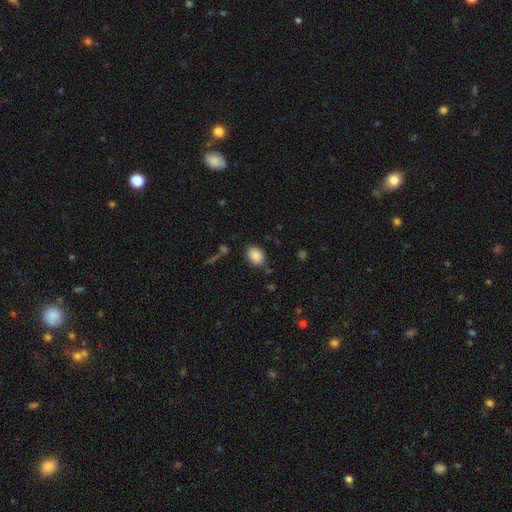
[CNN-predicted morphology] A smooth galaxy with no disk features (88%) that is in between round and cigar-shaped (78%). Merging: none (82%).